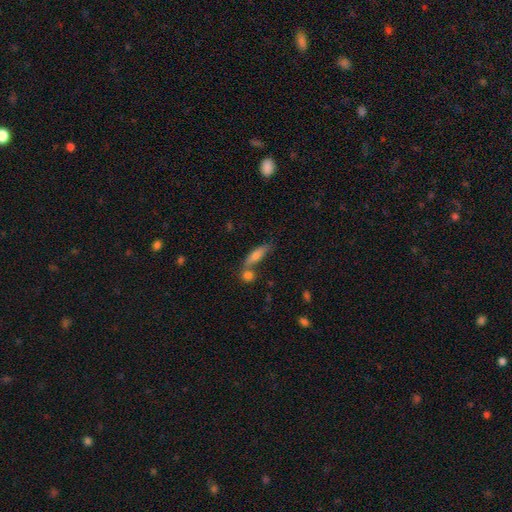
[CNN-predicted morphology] smooth-or-featured: smooth: 60% | featured or disk: 29% | star or artifact: 11%
  how-rounded: cigar-shaped: 59% | in between: 36% | round: 4%
  merging: none: 56% | merger: 27% | minor disturbance: 11% | major disturbance: 5%